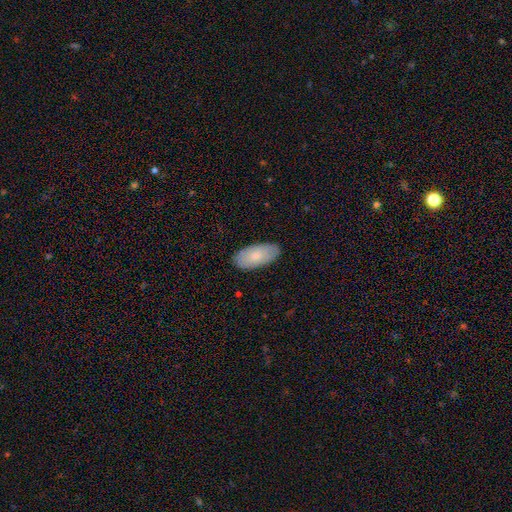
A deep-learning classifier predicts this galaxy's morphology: Smooth or featured: smooth — 75% (featured or disk — 20%)
How rounded: in between — 93% (cigar-shaped — 5%)
Merging: none — 86% (minor disturbance — 11%)